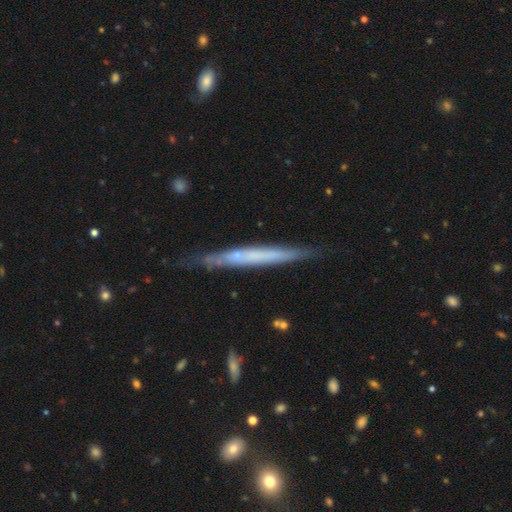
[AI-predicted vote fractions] Smooth or featured?
  - featured or disk: 57% *
  - smooth: 37%
  - star or artifact: 6%
Edge-on disk?
  - yes: 92% *
  - no: 8%
Edge-on bulge?
  - none: 80% *
  - rounded: 14%
  - boxy: 6%
Merging?
  - none: 78% *
  - minor disturbance: 17%
  - major disturbance: 3%
  - merger: 2%